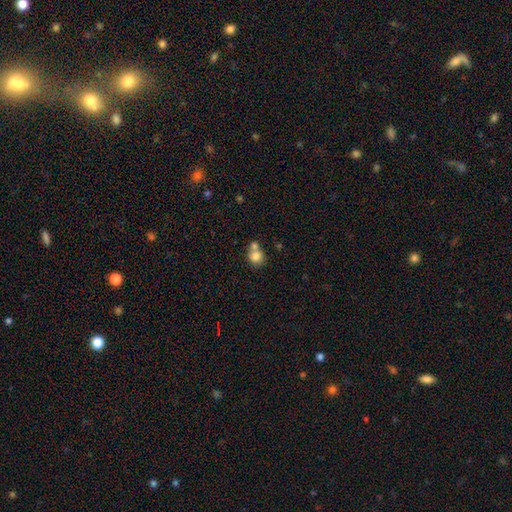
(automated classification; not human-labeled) A smooth galaxy with no disk features (79%) that is round (82%). Merging: merger (45%).